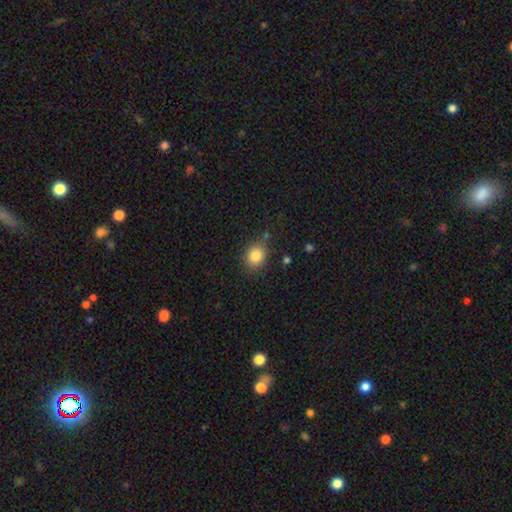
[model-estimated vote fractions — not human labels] Overall: smooth (84%). How rounded: round (53%; in between 46%). Merging: none (81%).